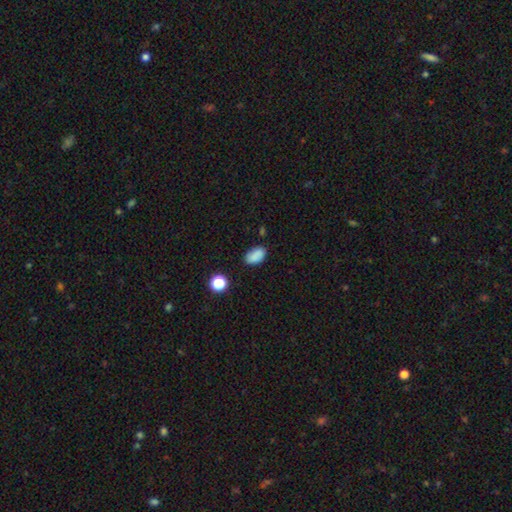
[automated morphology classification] smooth-or-featured: smooth: 82% | star or artifact: 11% | featured or disk: 8%
  how-rounded: in between: 89% | round: 9% | cigar-shaped: 2%
  merging: none: 77% | minor disturbance: 17% | major disturbance: 4% | merger: 3%